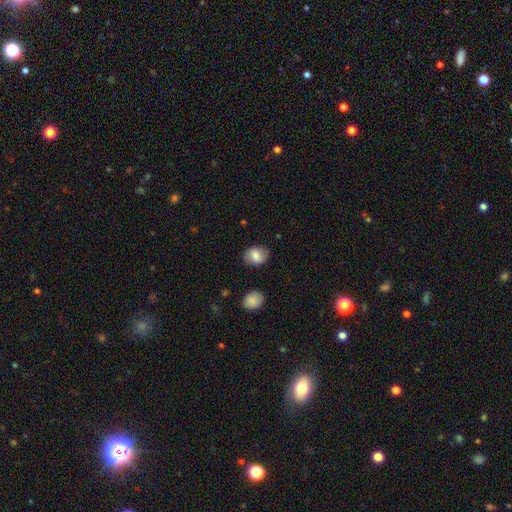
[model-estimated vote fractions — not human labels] Morphology: type=smooth (79%); roundness=in between (63%); merging=none (82%).